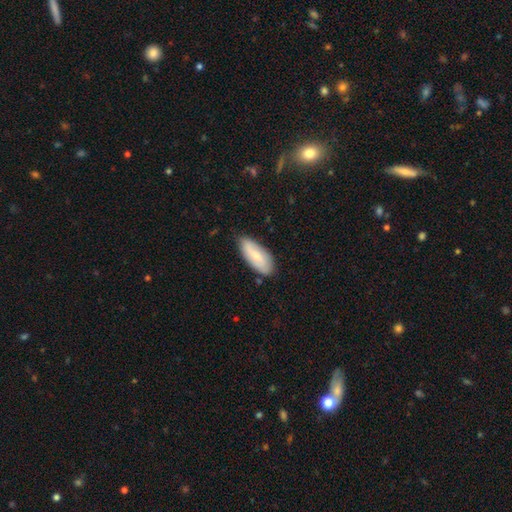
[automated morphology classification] Smooth or featured? smooth (67%)
How rounded? in between (84%)
Merging? none (77%)